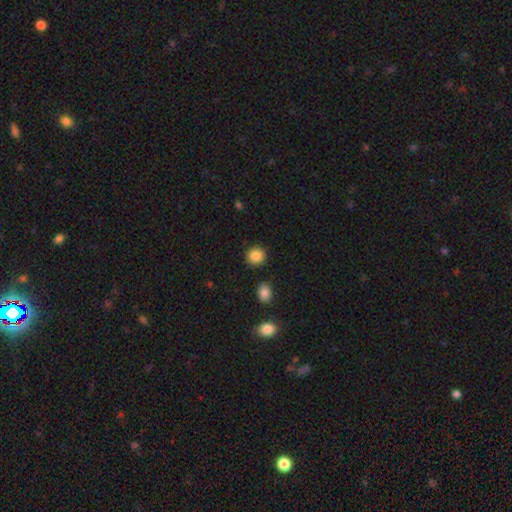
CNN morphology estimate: This appears to be a smooth galaxy with no disk features (88%) that is round (87%). Merging: none (88%).